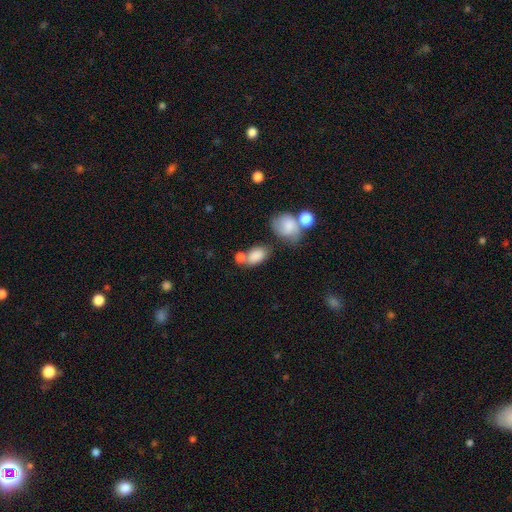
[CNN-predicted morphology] This is clearly a smooth galaxy (83%). How rounded: clearly in between (88%). Merging: possibly none (47%).